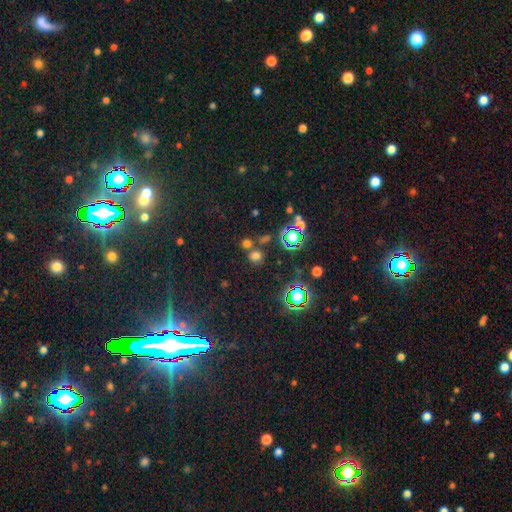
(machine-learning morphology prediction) smooth-or-featured: smooth: 62% | star or artifact: 31% | featured or disk: 7%
  how-rounded: round: 84% | in between: 15% | cigar-shaped: 1%
  merging: none: 67% | merger: 21% | minor disturbance: 8% | major disturbance: 4%